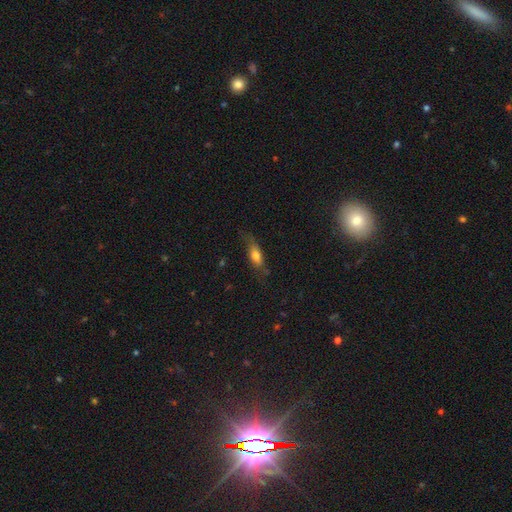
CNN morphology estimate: The model was most divided on "how rounded": in between: 63%, cigar-shaped: 33%, round: 4%. More confident: smooth or featured — smooth (68%); merging — none (61%).